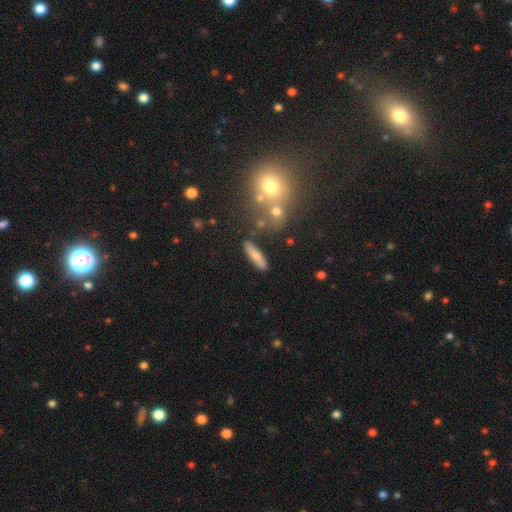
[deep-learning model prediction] Smooth or featured? smooth (73%)
How rounded? cigar-shaped (74%)
Merging? none (85%)